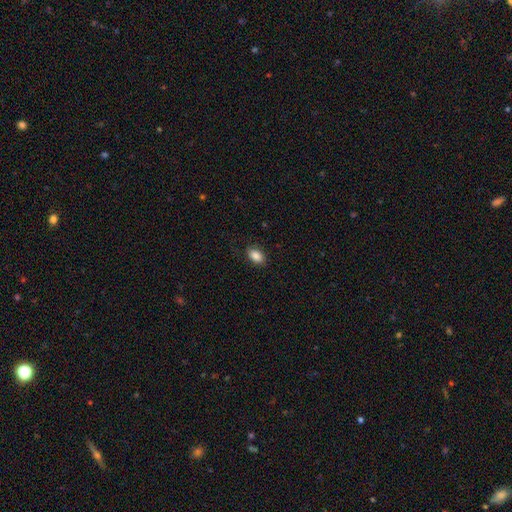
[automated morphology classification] Smooth or featured? smooth (88%)
How rounded? in between (88%)
Merging? none (84%)